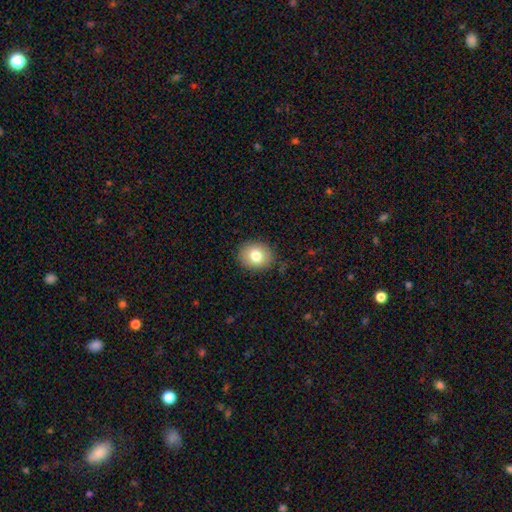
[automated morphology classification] This is likely a smooth galaxy (79%). How rounded: likely round (65%). Merging: clearly none (87%).